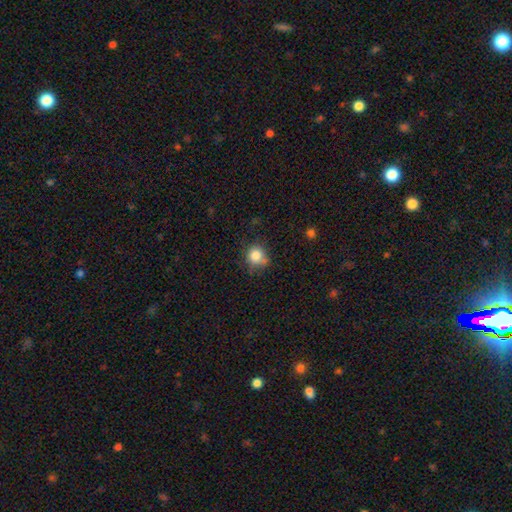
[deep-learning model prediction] A smooth galaxy with no disk features (82%) that is round (86%). Merging: none (66%).